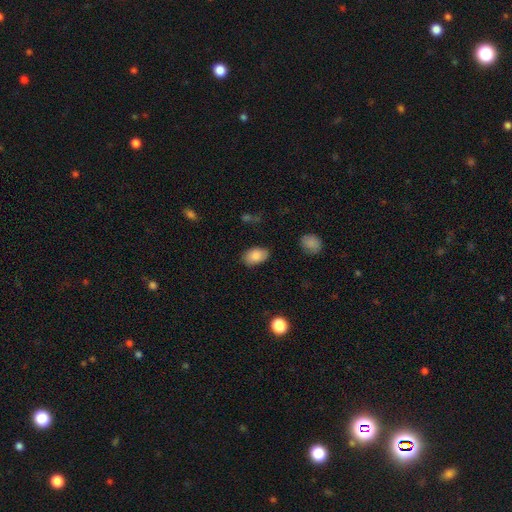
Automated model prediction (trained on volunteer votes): smooth 86%, star or artifact 7%, featured or disk 7%. Down the decision tree: how rounded — in between (89%); merging — none (83%).